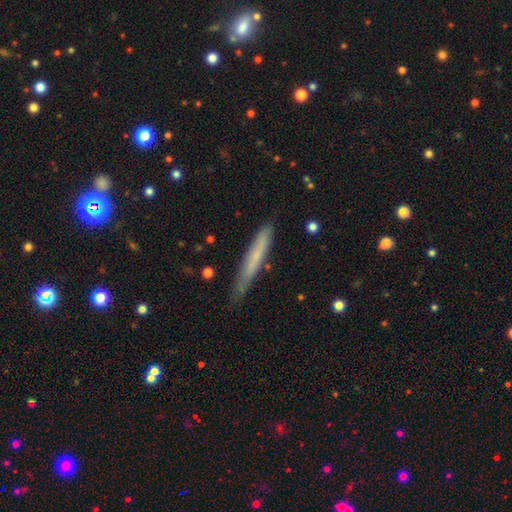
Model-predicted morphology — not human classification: smooth_or_featured: smooth (p=0.62) [alt: featured or disk p=0.32]
how_rounded: cigar-shaped (p=0.96) [alt: in between p=0.03]
merging: none (p=0.75) [alt: minor disturbance p=0.20]